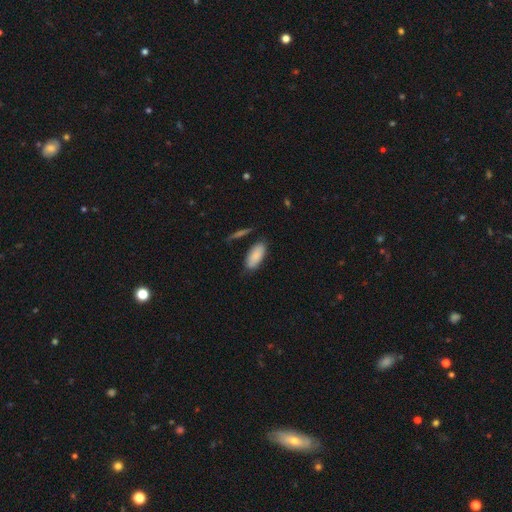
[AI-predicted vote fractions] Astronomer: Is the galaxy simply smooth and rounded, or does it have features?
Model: smooth — 87%.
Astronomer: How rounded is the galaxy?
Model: in between — 86%.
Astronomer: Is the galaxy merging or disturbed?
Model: none — 77%.